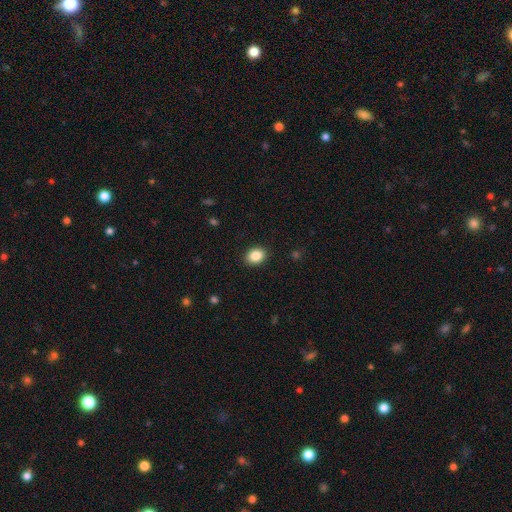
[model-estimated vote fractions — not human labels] smooth 87%, star or artifact 9%, featured or disk 4%. Down the decision tree: how rounded — in between (58%); merging — none (90%).